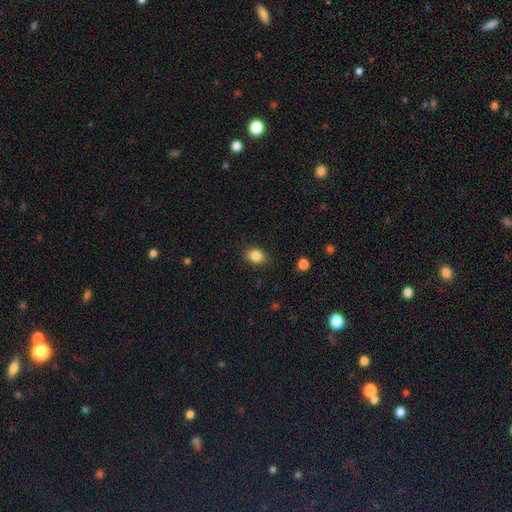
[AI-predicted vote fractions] Smooth or featured? Predicted: smooth (p=0.85). How rounded? Predicted: in between (p=0.58). Merging? Predicted: none (p=0.86).